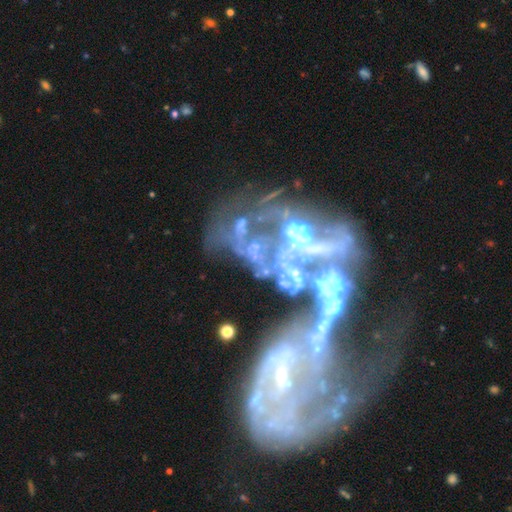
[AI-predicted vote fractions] A featured or disk galaxy (76%) with no bar (64%), no spiral arms (50%, tied with yes) and no central bulge (38%). Merging: merger (56%).